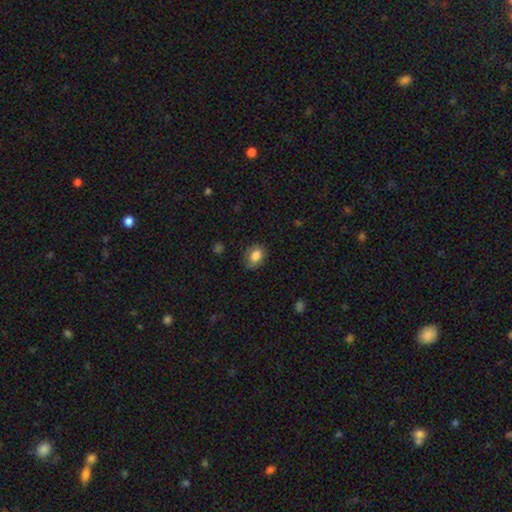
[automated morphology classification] This is clearly a smooth galaxy (83%). How rounded: possibly in between (57%). Merging: likely none (75%).